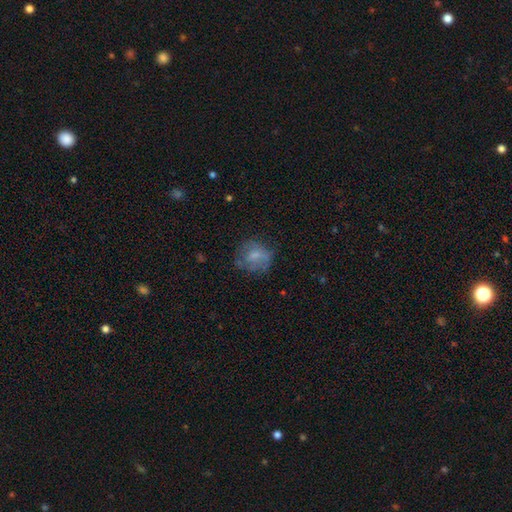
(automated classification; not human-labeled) A smooth galaxy with no disk features (58%) that is round (73%).

Vote fractions:
- Smooth or featured? smooth: 58% / featured or disk: 32% / star or artifact: 10%
- How rounded? round: 73% / in between: 26% / cigar-shaped: 1%
- Merging? none: 55% / minor disturbance: 25% / major disturbance: 18% / merger: 2%